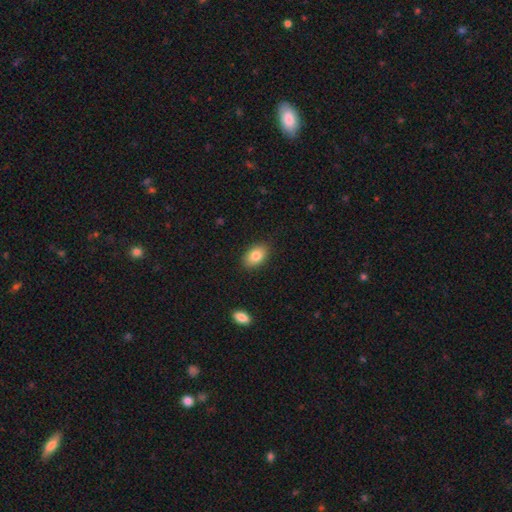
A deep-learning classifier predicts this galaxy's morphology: Smooth or featured? smooth (84%)
How rounded? in between (89%)
Merging? none (87%)